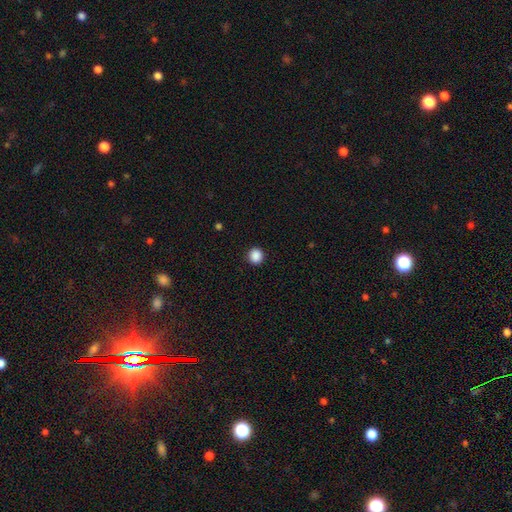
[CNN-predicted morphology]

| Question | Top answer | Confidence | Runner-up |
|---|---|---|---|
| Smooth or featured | smooth | 88% | star or artifact (9%) |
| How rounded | round | 90% | in between (9%) |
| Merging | none | 93% | minor disturbance (5%) |